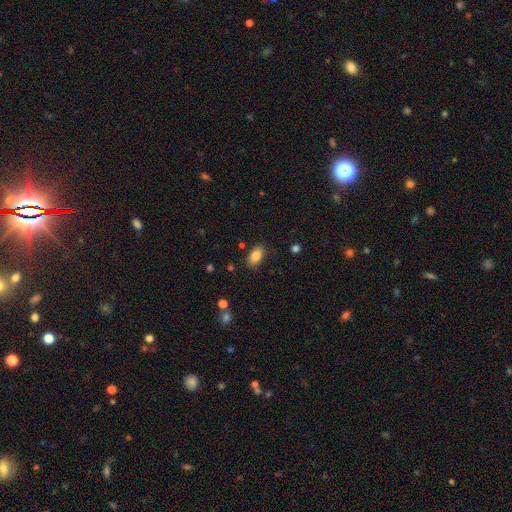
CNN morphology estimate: This appears to be a smooth galaxy with no disk features (86%) that is in between round and cigar-shaped (91%). Merging: none (83%).